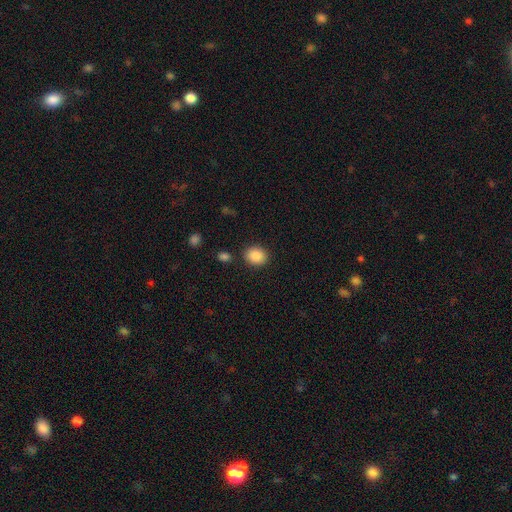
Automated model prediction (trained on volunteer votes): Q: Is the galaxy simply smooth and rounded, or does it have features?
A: smooth — 88%.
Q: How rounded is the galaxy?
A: round — 59%.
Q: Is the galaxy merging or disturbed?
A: none — 85%.